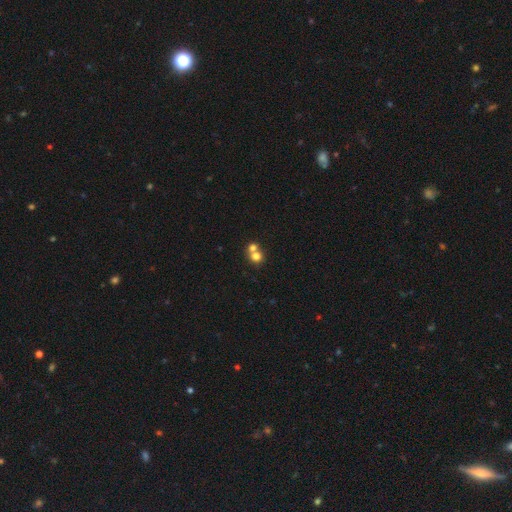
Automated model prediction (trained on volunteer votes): Overall: smooth (74%). How rounded: round (81%). Merging: merger (55%; none 37%).